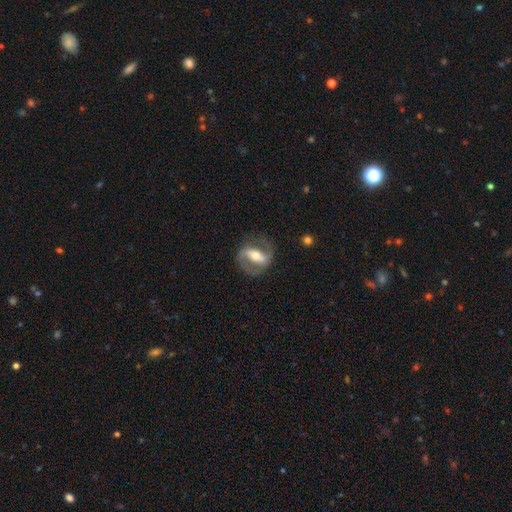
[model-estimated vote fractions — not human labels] featured or disk 80%, smooth 15%, star or artifact 5%. Down the decision tree: edge-on disk — no (93%); bar — strong (66%); spiral arms — yes (84%); spiral arm count — 2 (88%); spiral winding — medium (52%); bulge size — moderate (60%); merging — none (77%).